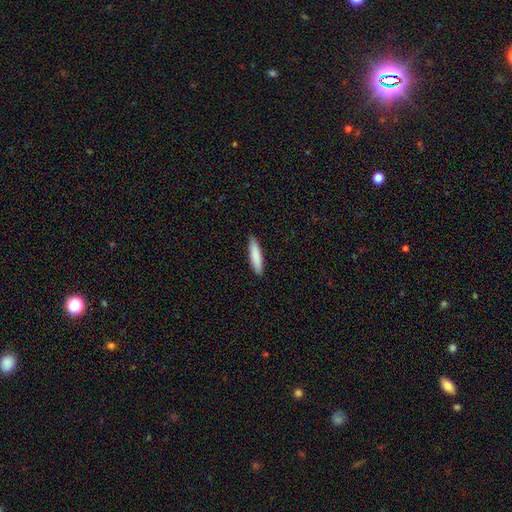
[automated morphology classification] Smooth or featured: smooth — 84% (featured or disk — 10%)
How rounded: cigar-shaped — 82% (in between — 17%)
Merging: none — 89% (minor disturbance — 8%)